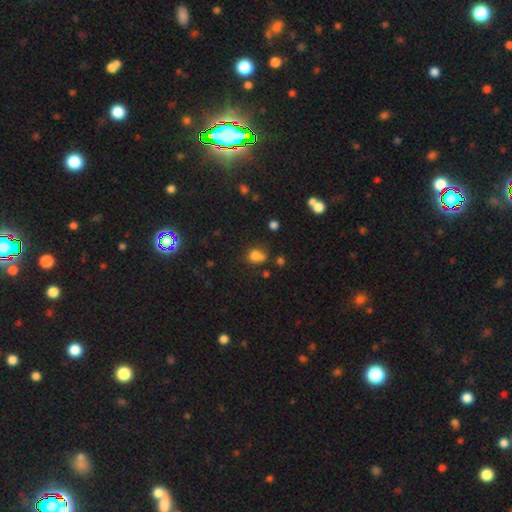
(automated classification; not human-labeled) Smooth or featured?
  - smooth: 77% *
  - star or artifact: 15%
  - featured or disk: 9%
How rounded?
  - round: 57% *
  - in between: 41%
  - cigar-shaped: 1%
Merging?
  - none: 46% *
  - minor disturbance: 23%
  - merger: 20%
  - major disturbance: 11%